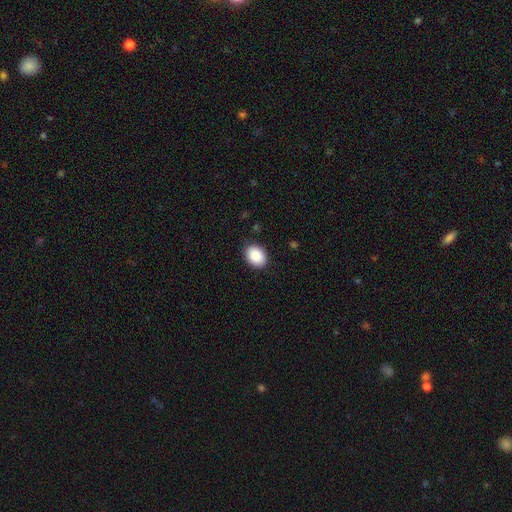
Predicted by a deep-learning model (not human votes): smooth_or_featured: smooth (p=0.89) [alt: star or artifact p=0.07]
how_rounded: in between (p=0.66) [alt: round p=0.33]
merging: none (p=0.88) [alt: minor disturbance p=0.09]